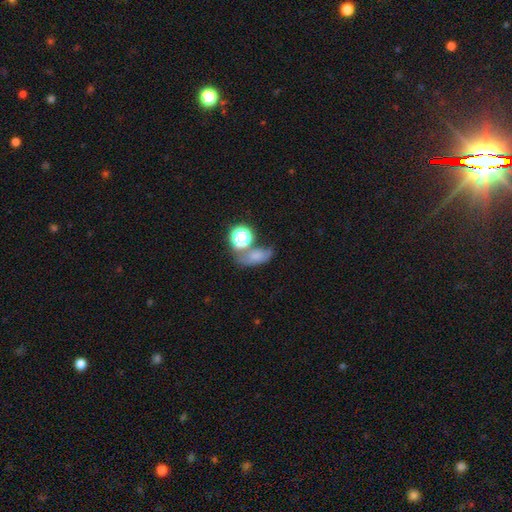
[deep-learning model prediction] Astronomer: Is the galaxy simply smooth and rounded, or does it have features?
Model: smooth — 63%.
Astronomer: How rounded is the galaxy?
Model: in between — 67%.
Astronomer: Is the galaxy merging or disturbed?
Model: none — 44% (runner-up: merger, 22%).